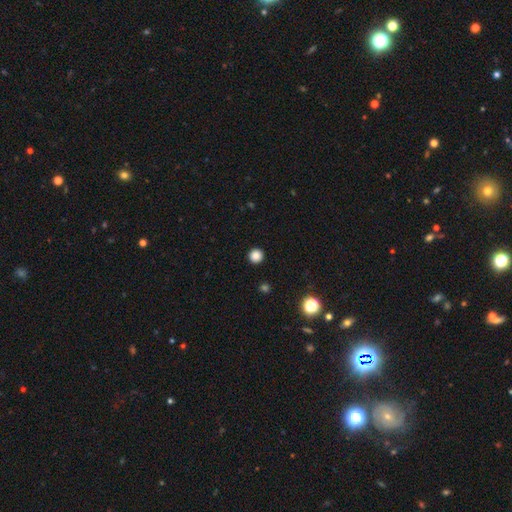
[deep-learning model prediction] Q: Smooth or featured?
A: smooth (86%); runner-up: star or artifact (12%)
Q: How rounded?
A: round (96%); runner-up: in between (3%)
Q: Merging?
A: none (94%); runner-up: minor disturbance (4%)